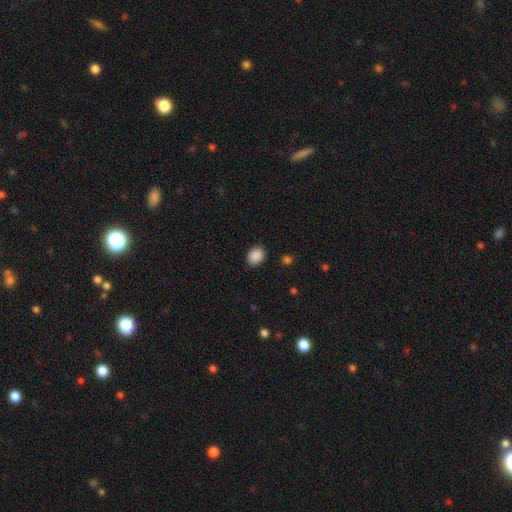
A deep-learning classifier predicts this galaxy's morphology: Overall: smooth (89%). How rounded: round (50%; in between 49%). Merging: none (88%).